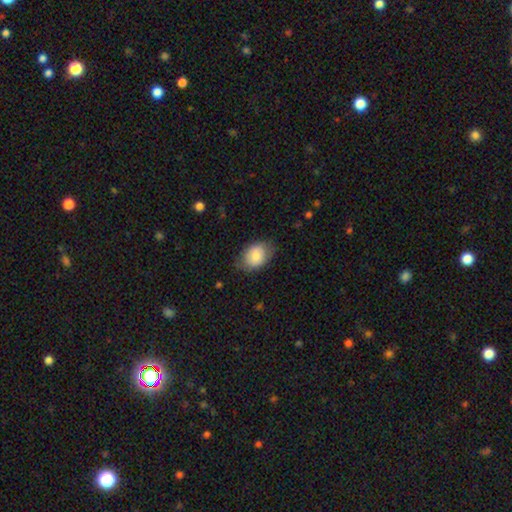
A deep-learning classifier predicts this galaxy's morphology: type=smooth (82%); roundness=in between (79%); merging=none (71%).